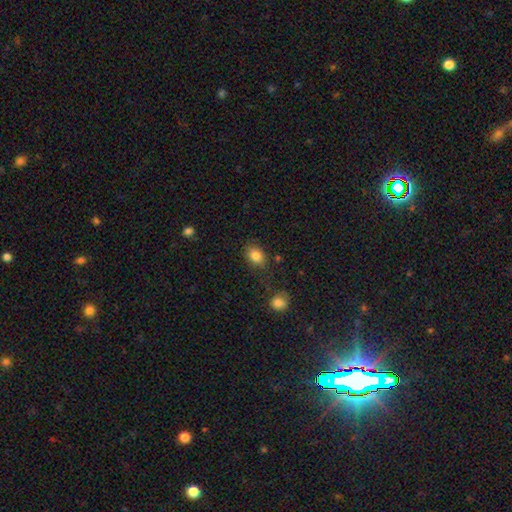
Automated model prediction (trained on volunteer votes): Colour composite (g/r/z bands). It shows a smooth galaxy with no disk features (84%) that is in between round and cigar-shaped (66%). Merging: none (77%).